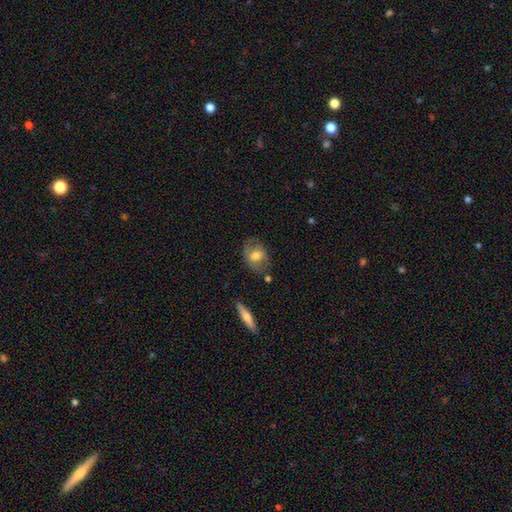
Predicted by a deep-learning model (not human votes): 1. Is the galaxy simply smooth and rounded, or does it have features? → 54% smooth, 39% featured or disk, 8% star or artifact.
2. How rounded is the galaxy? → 68% in between, 30% round, 2% cigar-shaped.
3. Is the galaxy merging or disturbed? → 65% none, 23% minor disturbance, 9% major disturbance, 4% merger.